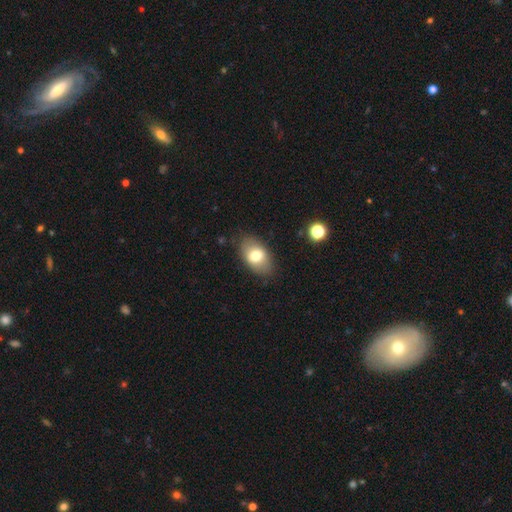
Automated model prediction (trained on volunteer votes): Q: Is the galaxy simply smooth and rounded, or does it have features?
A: smooth — 74%.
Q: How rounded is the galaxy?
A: in between — 90%.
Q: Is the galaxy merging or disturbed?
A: none — 83%.